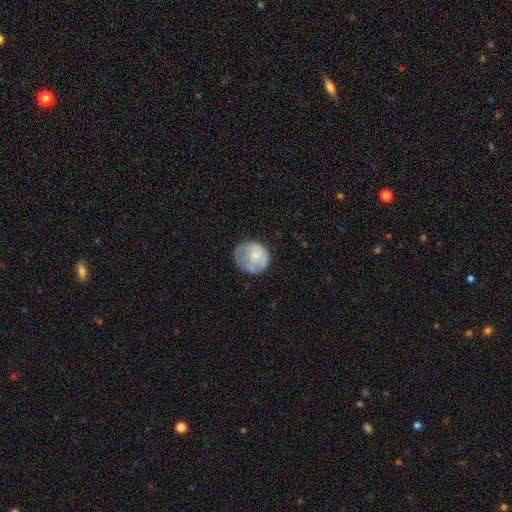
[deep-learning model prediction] Smooth or featured: smooth — 65% (featured or disk — 28%)
How rounded: round — 75% (in between — 24%)
Merging: none — 50% (minor disturbance — 31%)